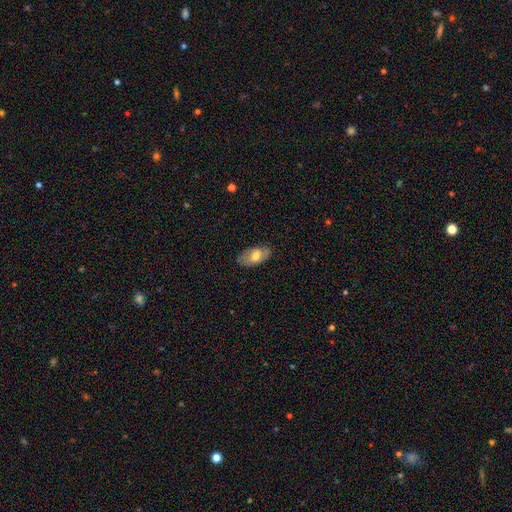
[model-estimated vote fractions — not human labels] smooth_or_featured: smooth (p=0.61) [alt: featured or disk p=0.32]
how_rounded: in between (p=0.93) [alt: round p=0.04]
merging: none (p=0.74) [alt: minor disturbance p=0.19]